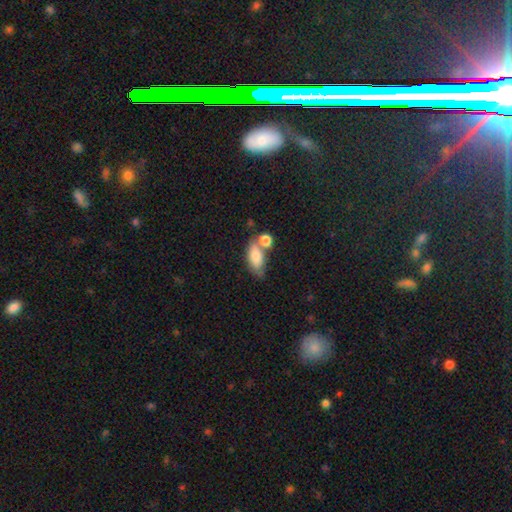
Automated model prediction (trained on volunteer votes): smooth-or-featured: smooth: 78% | featured or disk: 14% | star or artifact: 8%
  how-rounded: in between: 86% | cigar-shaped: 8% | round: 6%
  merging: none: 38% (tied) | merger: 38% (tied) | minor disturbance: 17% | major disturbance: 8%